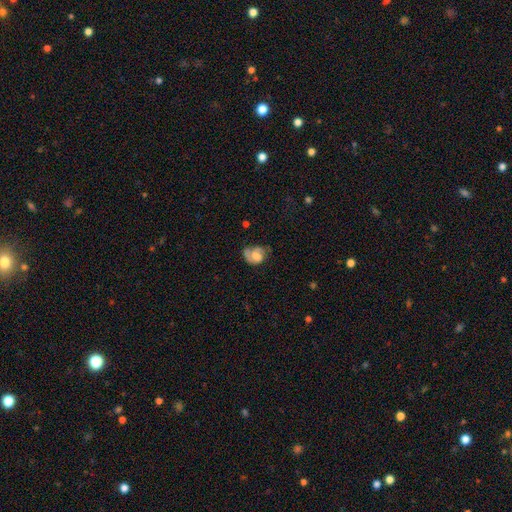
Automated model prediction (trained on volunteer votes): featured or disk 51%, smooth 41%, star or artifact 8%. Down the decision tree: edge-on disk — no (97%); merging — none (44%).